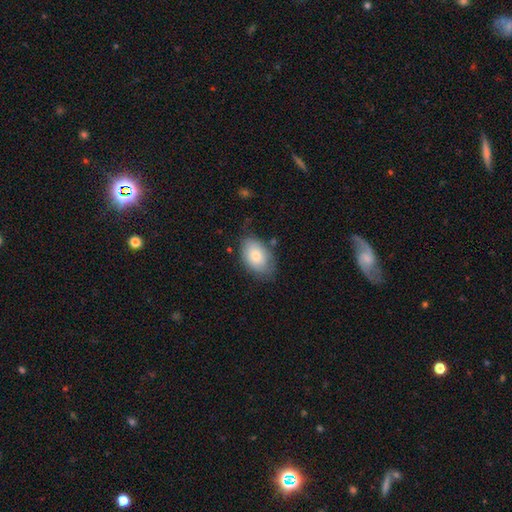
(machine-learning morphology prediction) smooth_or_featured: smooth (p=0.76) [alt: featured or disk p=0.17]
how_rounded: in between (p=0.89) [alt: round p=0.10]
merging: none (p=0.71) [alt: minor disturbance p=0.21]